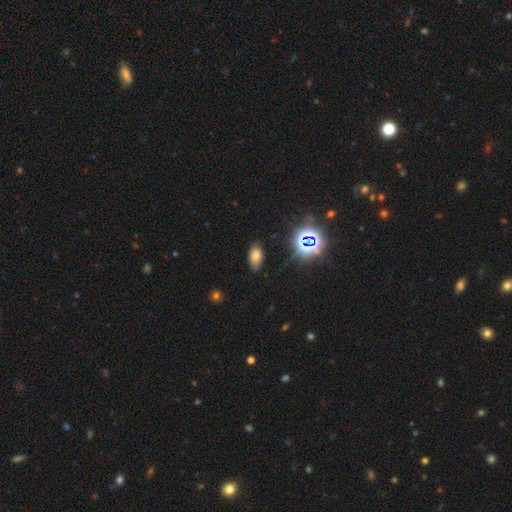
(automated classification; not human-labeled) The model was most divided on "smooth or featured": smooth: 64%, star or artifact: 25%, featured or disk: 11%. More confident: how rounded — in between (91%); merging — none (78%).